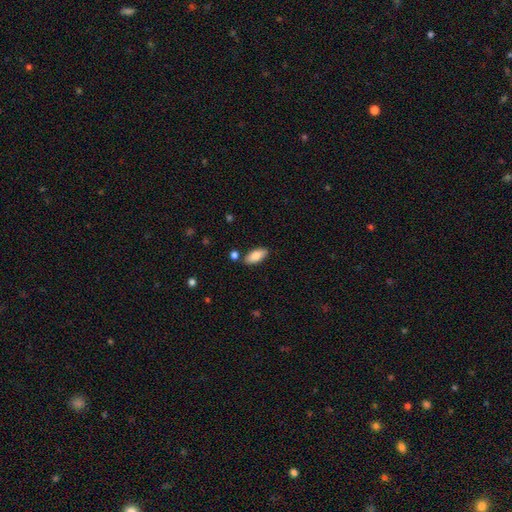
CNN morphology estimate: Smooth or featured? Predicted: smooth (p=0.83). How rounded? Predicted: in between (p=0.86). Merging? Predicted: none (p=0.82).